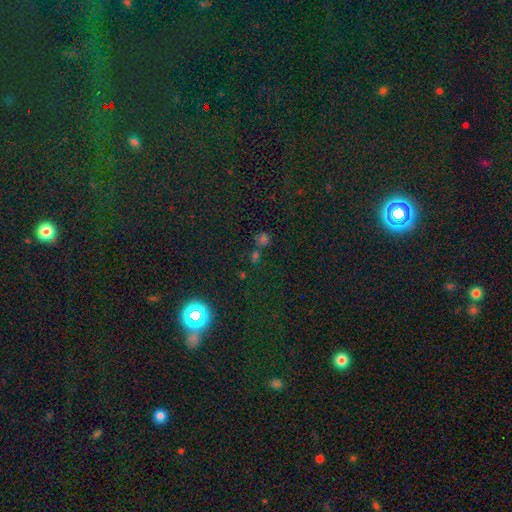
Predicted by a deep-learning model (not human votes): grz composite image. It shows a star or artifact, not a galaxy (48%).